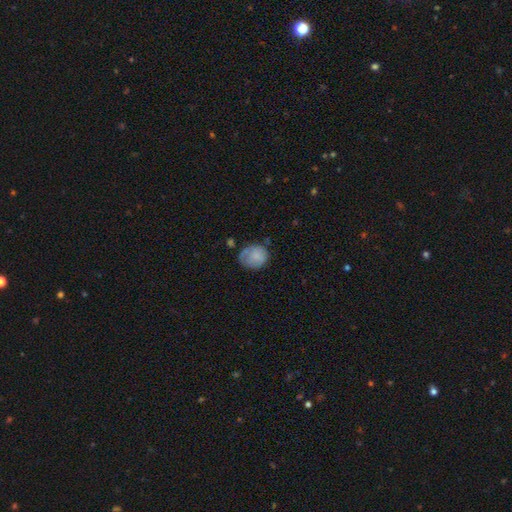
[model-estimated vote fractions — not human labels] smooth 70%, featured or disk 23%, star or artifact 8%. Down the decision tree: how rounded — round (64%); merging — none (52%).